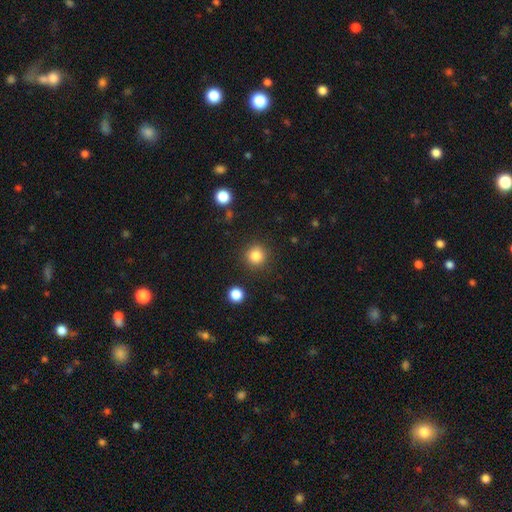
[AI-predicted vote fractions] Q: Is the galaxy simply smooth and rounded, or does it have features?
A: smooth — 84%.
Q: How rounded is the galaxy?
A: round — 94%.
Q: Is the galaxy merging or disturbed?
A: none — 89%.